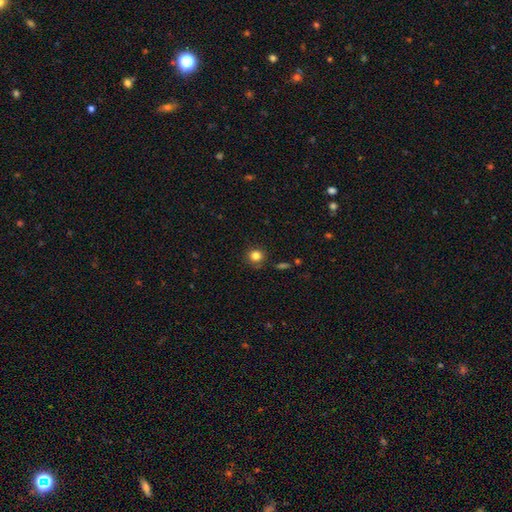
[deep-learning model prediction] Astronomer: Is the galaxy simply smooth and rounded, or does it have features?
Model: smooth — 82%.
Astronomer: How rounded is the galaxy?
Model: round — 90%.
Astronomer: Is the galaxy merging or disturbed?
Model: none — 84%.